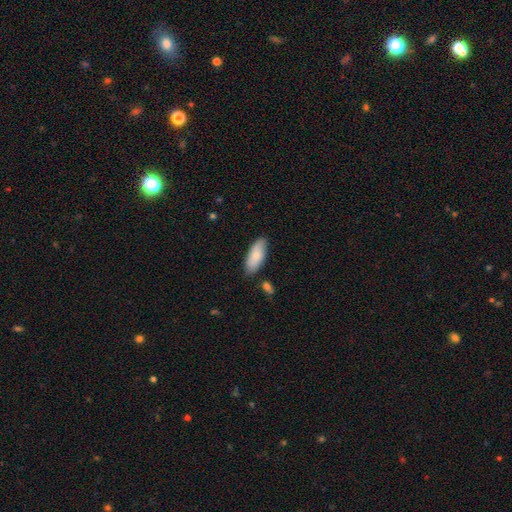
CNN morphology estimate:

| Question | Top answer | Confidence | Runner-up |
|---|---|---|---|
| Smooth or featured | smooth | 82% | featured or disk (12%) |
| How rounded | in between | 82% | cigar-shaped (16%) |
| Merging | none | 80% | minor disturbance (15%) |